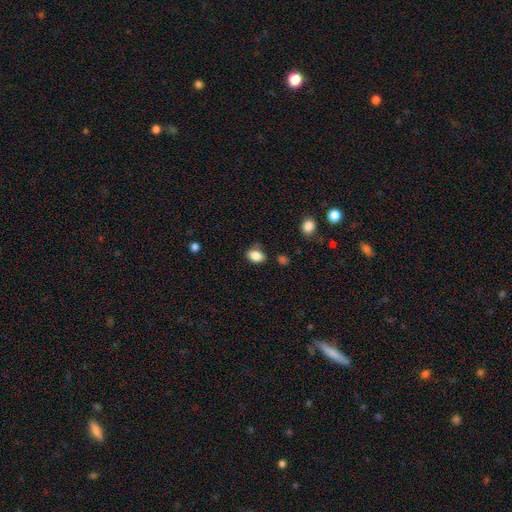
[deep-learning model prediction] smooth_or_featured: smooth (p=0.86) [alt: star or artifact p=0.09]
how_rounded: in between (p=0.78) [alt: round p=0.21]
merging: none (p=0.68) [alt: minor disturbance p=0.24]